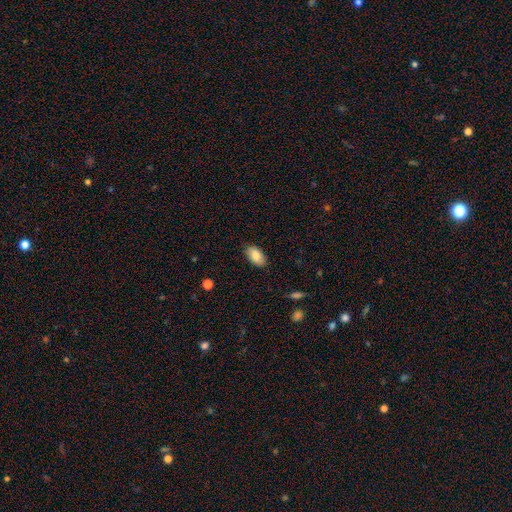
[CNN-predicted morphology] Smooth or featured: smooth — 84% (featured or disk — 10%)
How rounded: in between — 94% (round — 3%)
Merging: none — 86% (minor disturbance — 11%)